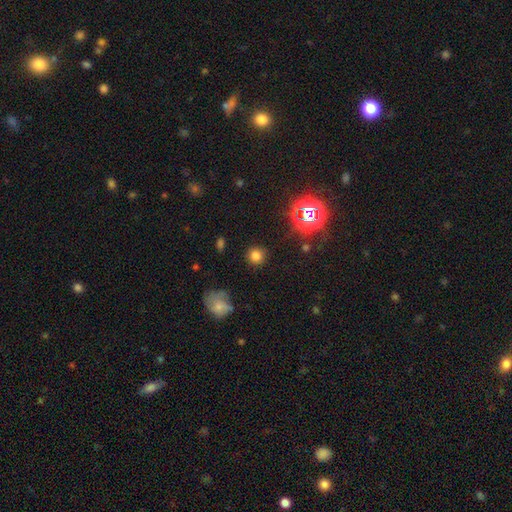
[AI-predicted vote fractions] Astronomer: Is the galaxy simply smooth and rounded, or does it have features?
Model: smooth — 74%.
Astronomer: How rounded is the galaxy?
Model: round — 91%.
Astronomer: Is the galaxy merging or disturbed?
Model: none — 87%.